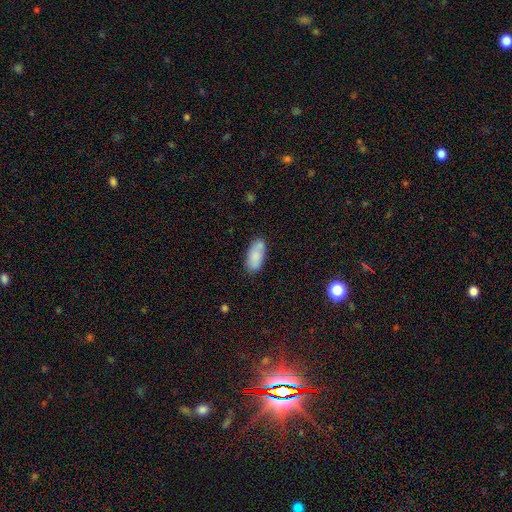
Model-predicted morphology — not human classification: A smooth galaxy with no disk features (82%) that is in between round and cigar-shaped (85%). Merging: none (70%).